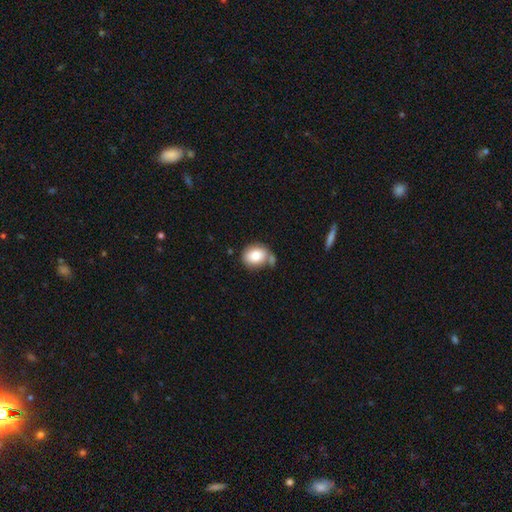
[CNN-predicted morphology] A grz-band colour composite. It shows a smooth galaxy with no disk features (83%) that is in between round and cigar-shaped (53%). Merging: none (55%).